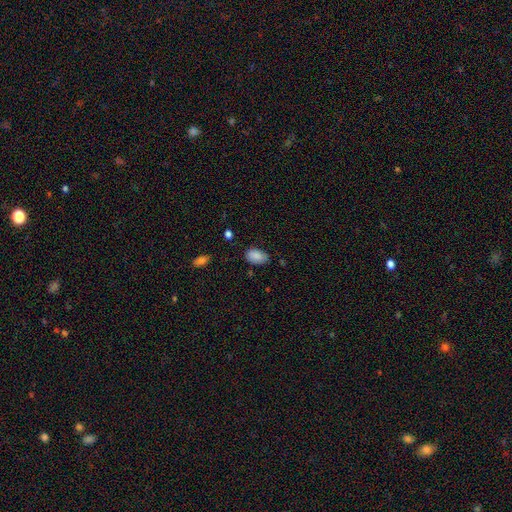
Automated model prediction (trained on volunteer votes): smooth 87%, star or artifact 8%, featured or disk 5%. Down the decision tree: how rounded — in between (91%); merging — none (67%).